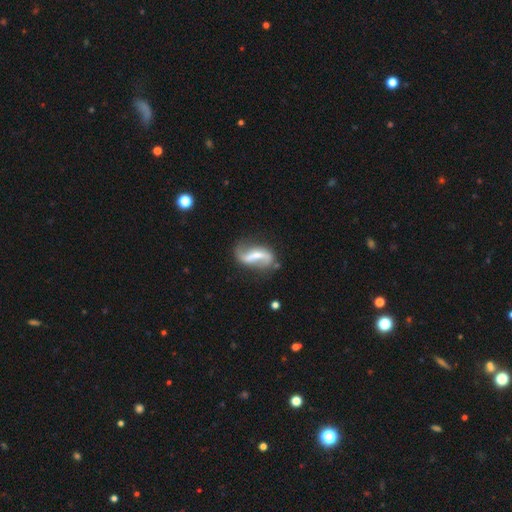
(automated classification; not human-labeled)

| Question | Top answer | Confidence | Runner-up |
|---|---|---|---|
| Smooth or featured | featured or disk | 78% | smooth (16%) |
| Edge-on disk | no | 93% | yes (7%) |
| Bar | strong | 55% | weak (29%) |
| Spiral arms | yes | 88% | no (12%) |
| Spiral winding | loose | 83% | medium (13%) |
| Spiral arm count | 2 | 87% | 1 (6%) |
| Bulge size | small | 43% | moderate (30%) |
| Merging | none | 64% | minor disturbance (20%) |